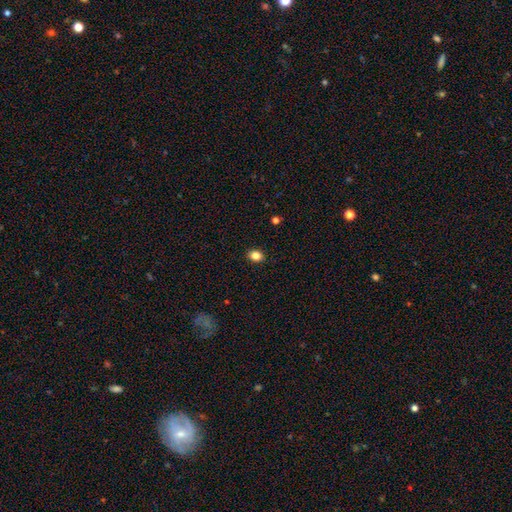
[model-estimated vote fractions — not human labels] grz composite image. It shows a smooth galaxy with no disk features (85%) that is in between round and cigar-shaped (55%). Merging: none (90%).